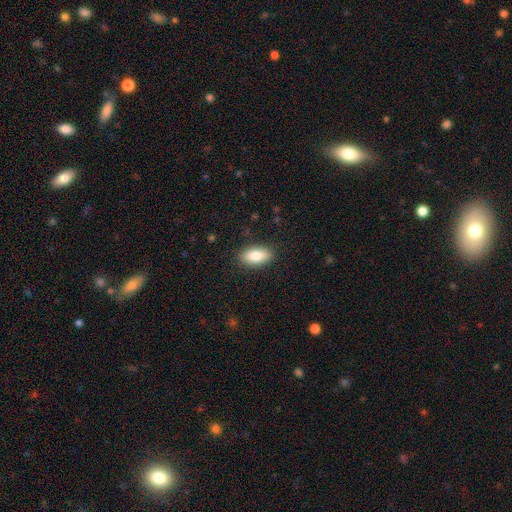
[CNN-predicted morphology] Smooth or featured? smooth (83%)
How rounded? in between (90%)
Merging? none (87%)